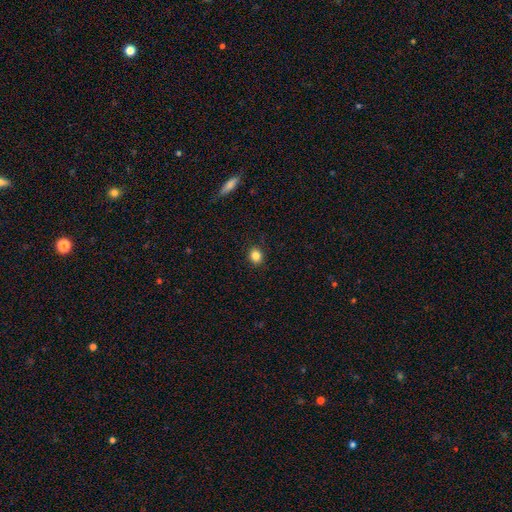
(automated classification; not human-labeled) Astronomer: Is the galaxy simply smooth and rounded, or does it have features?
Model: smooth — 85%.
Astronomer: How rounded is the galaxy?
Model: round — 63%.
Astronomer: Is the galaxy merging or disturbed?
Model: none — 89%.